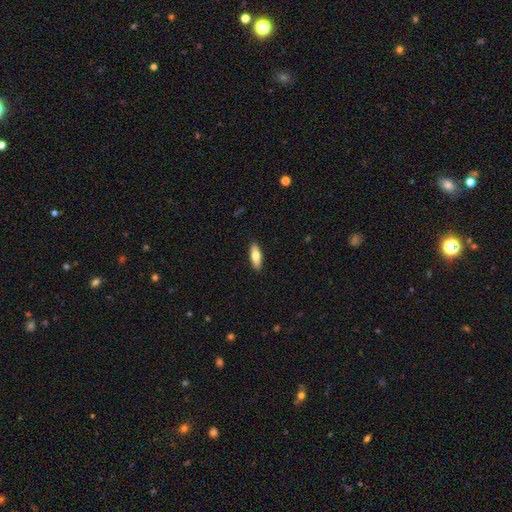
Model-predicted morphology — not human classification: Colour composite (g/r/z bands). It shows a smooth galaxy with no disk features (71%) that is in between round and cigar-shaped (58%). Merging: none (90%).